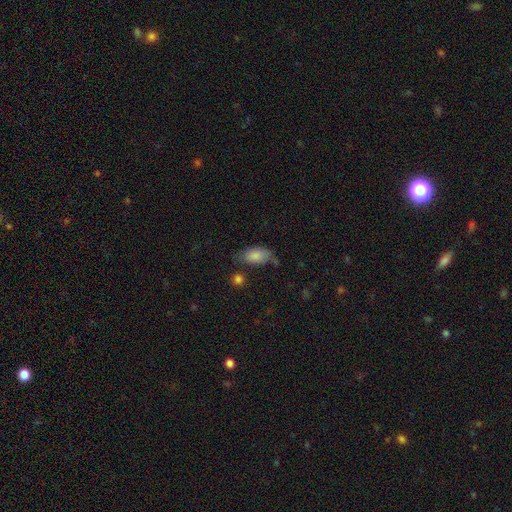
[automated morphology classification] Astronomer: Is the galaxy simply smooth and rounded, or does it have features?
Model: smooth — 84%.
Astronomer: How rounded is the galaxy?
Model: in between — 92%.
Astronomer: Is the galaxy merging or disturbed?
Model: none — 60%.